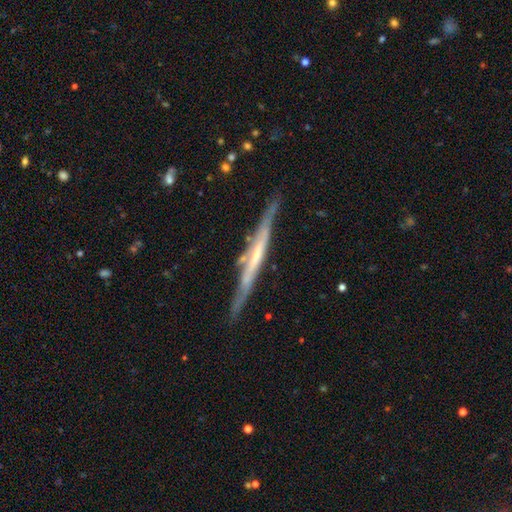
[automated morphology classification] Smooth or featured?
  - featured or disk: 72% *
  - smooth: 23%
  - star or artifact: 5%
Edge-on disk?
  - yes: 93% *
  - no: 7%
Edge-on bulge?
  - none: 60% *
  - rounded: 25%
  - boxy: 15%
Merging?
  - none: 77% *
  - minor disturbance: 16%
  - merger: 4%
  - major disturbance: 3%